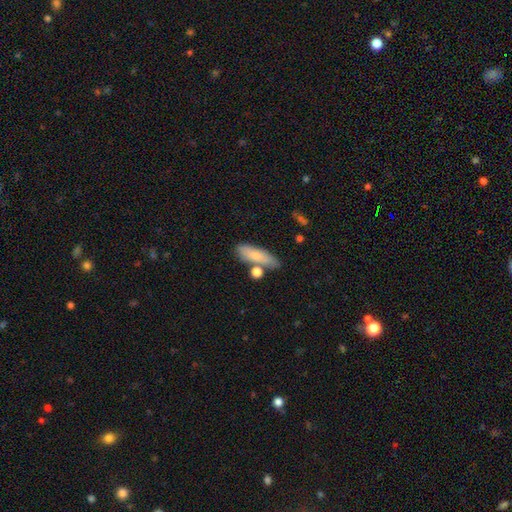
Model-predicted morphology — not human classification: Q: Smooth or featured?
A: smooth (75%); runner-up: featured or disk (18%)
Q: How rounded?
A: in between (49%); runner-up: cigar-shaped (47%)
Q: Merging?
A: none (66%); runner-up: minor disturbance (16%)